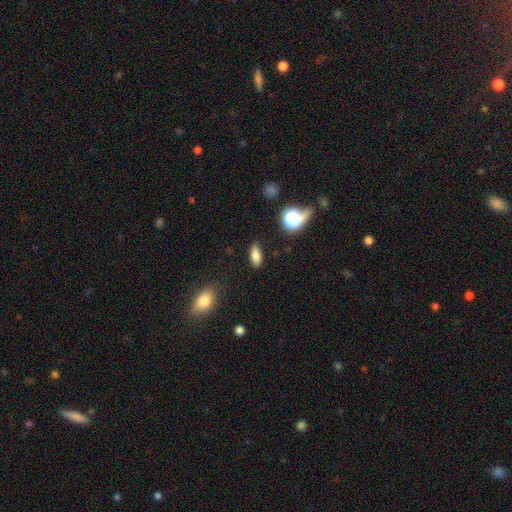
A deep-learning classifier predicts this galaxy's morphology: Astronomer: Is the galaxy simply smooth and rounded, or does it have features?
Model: smooth — 77%.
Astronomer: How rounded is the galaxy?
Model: in between — 75%.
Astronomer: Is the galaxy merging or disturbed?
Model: none — 84%.